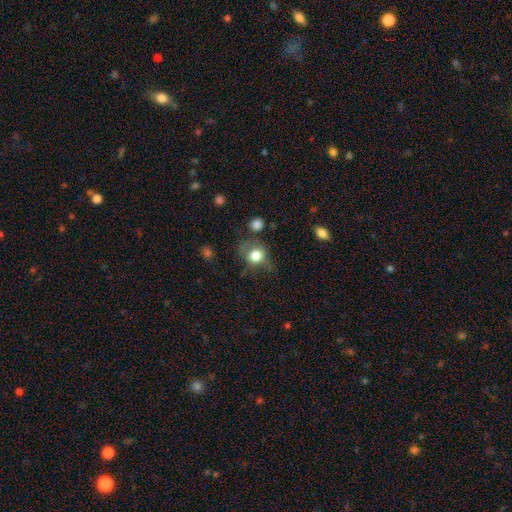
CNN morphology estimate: A smooth galaxy with no disk features (76%) that is round (73%). Merging: none (55%).